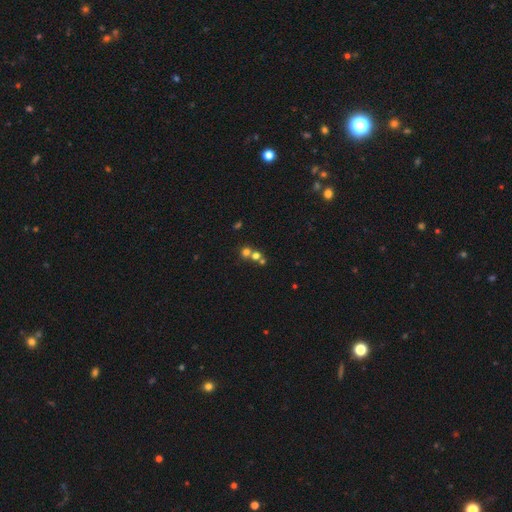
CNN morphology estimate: Smooth or featured? smooth (63%)
How rounded? round (83%)
Merging? merger (48%)